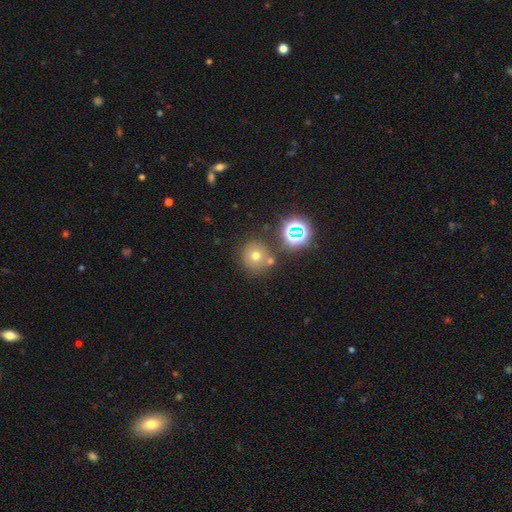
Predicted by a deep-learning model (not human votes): Morphology: type=smooth (63%); roundness=round (92%); merging=none (69%).